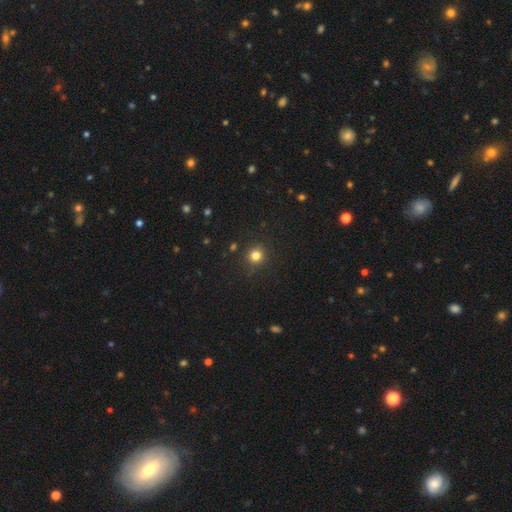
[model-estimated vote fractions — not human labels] This is clearly a smooth galaxy (80%). How rounded: clearly round (92%). Merging: clearly none (88%).